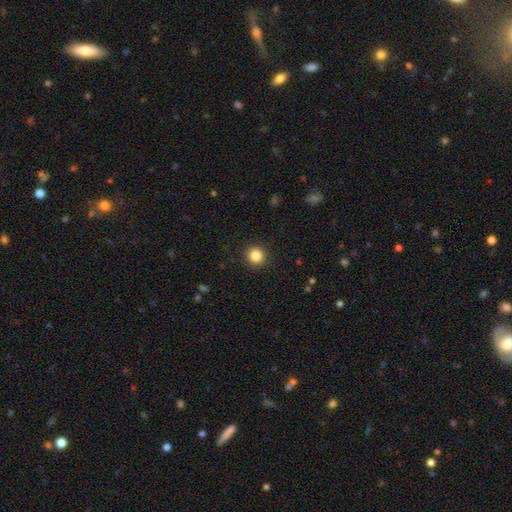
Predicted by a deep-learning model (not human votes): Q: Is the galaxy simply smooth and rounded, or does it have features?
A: smooth — 85%.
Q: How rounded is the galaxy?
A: round — 94%.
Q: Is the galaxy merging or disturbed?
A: none — 92%.